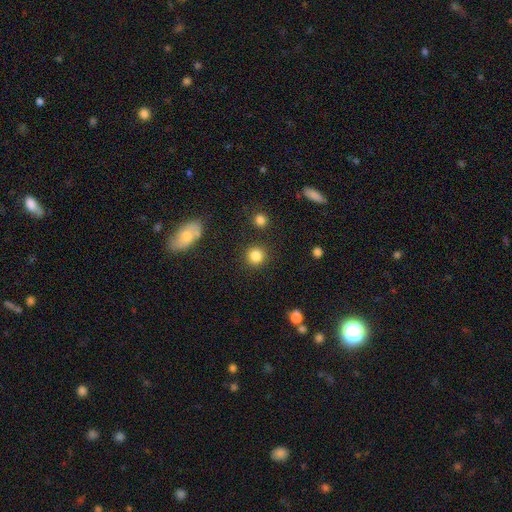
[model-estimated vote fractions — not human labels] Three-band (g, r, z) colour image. It shows a smooth galaxy with no disk features (85%) that is round (92%). Merging: none (89%).